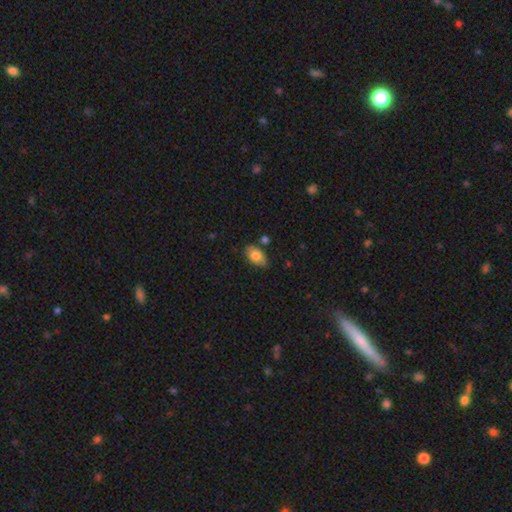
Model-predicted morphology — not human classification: A smooth galaxy with no disk features (77%) that is in between round and cigar-shaped (92%). Merging: none (76%).